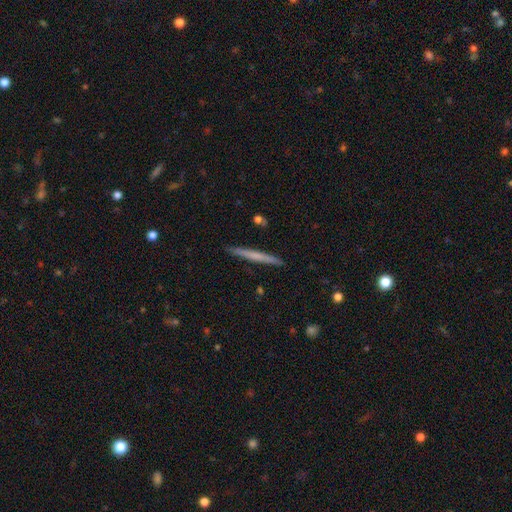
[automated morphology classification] This appears to be a smooth galaxy with no disk features (50%) that is cigar-shaped (97%). Merging: none (92%).